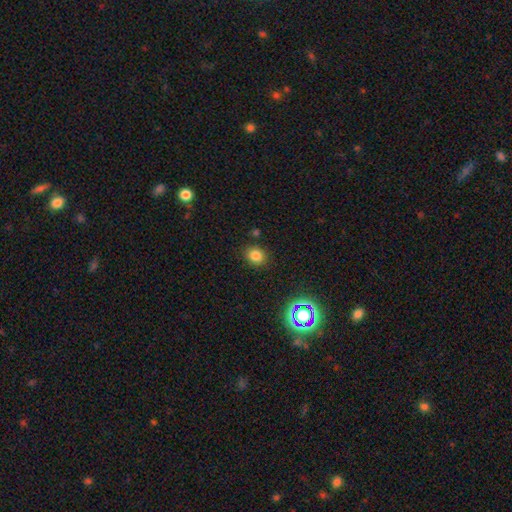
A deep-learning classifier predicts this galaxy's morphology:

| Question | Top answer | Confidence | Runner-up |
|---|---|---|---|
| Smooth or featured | smooth | 79% | star or artifact (15%) |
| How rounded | round | 68% | in between (31%) |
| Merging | none | 86% | minor disturbance (9%) |